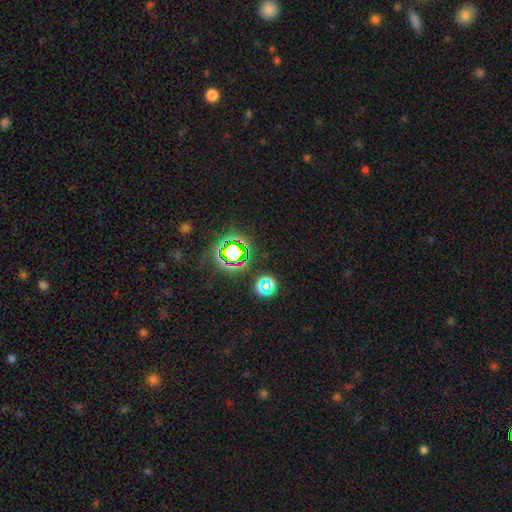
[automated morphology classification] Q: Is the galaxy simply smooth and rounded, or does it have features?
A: star or artifact — 73%.